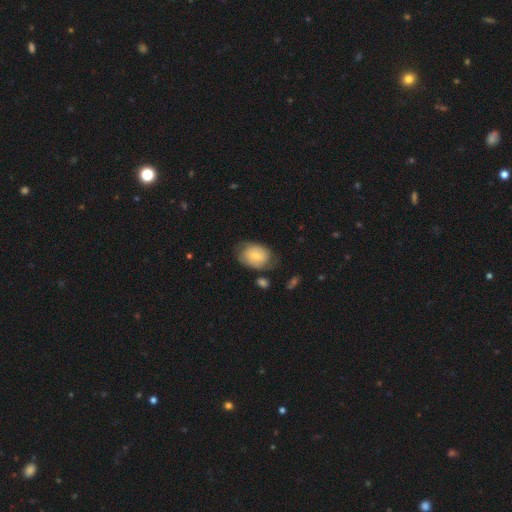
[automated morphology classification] smooth 57%, featured or disk 36%, star or artifact 7%. Down the decision tree: how rounded — in between (74%); merging — none (60%).